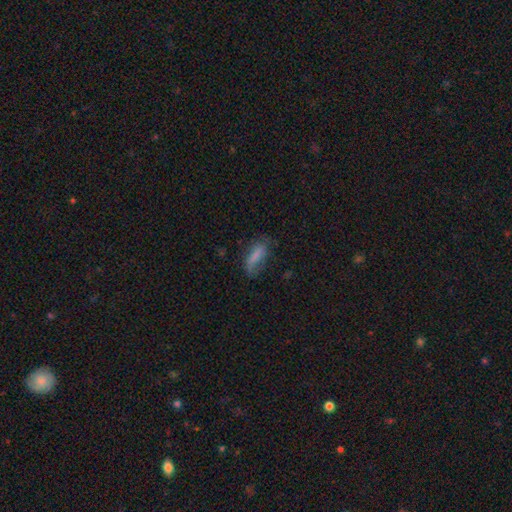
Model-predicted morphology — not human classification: Smooth or featured? smooth (67%)
How rounded? in between (70%)
Merging? none (48%)